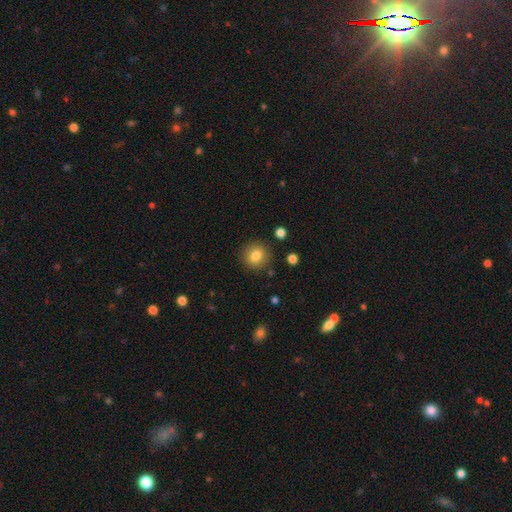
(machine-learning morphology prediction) This is clearly a smooth galaxy (82%). How rounded: clearly round (88%). Merging: clearly none (88%).